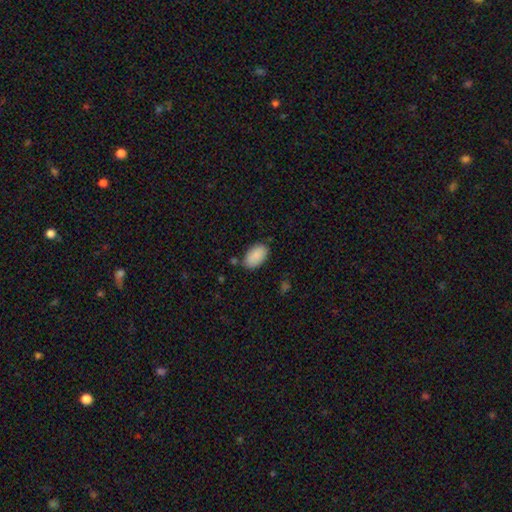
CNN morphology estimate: A smooth galaxy with no disk features (90%) that is in between round and cigar-shaped (95%).

Vote fractions:
- Smooth or featured? smooth: 90% / star or artifact: 6% / featured or disk: 4%
- How rounded? in between: 95% / round: 4% / cigar-shaped: 1%
- Merging? none: 78% / minor disturbance: 15% / merger: 4% / major disturbance: 3%